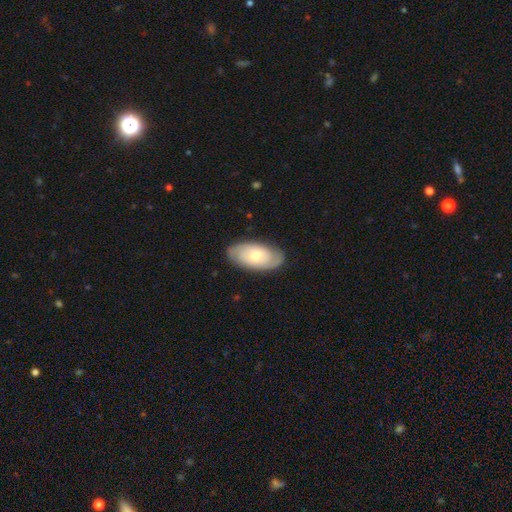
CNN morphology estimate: A featured or disk galaxy (52%).

Vote fractions:
- Smooth or featured? featured or disk: 52% / smooth: 43% / star or artifact: 5%
- Edge-on disk? no: 91% / yes: 9%
- Merging? none: 81% / minor disturbance: 14% / major disturbance: 3% / merger: 1%